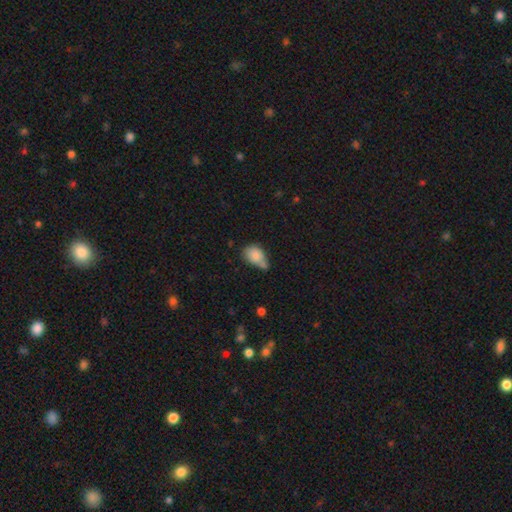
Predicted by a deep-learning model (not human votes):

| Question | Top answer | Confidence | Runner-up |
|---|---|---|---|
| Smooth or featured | smooth | 81% | featured or disk (11%) |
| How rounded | in between | 75% | round (23%) |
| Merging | none | 34% | minor disturbance (30%) |